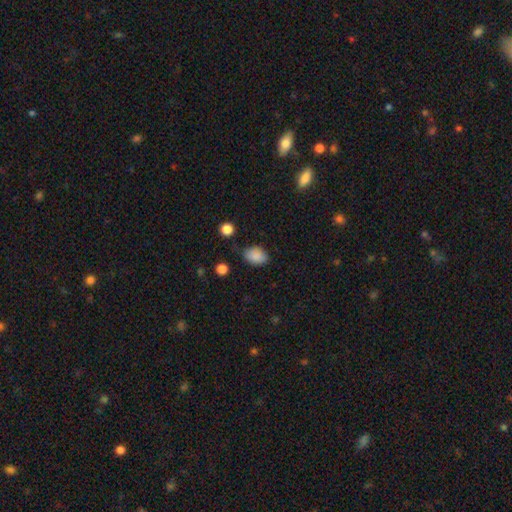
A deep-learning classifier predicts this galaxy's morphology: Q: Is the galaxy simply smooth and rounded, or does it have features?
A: smooth — 87%.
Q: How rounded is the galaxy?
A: in between — 80%.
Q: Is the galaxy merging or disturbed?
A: none — 71%.